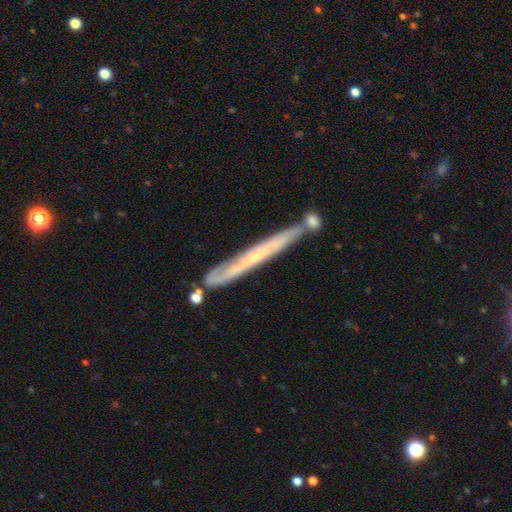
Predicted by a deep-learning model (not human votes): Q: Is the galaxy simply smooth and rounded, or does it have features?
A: featured or disk — 61%.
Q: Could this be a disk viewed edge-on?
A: yes — 89%.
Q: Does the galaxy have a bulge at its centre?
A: none — 79%.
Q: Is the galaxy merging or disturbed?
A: none — 67%.